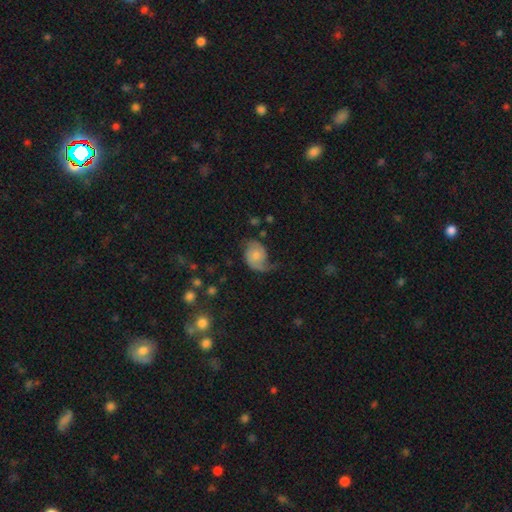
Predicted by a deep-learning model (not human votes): Smooth or featured? Predicted: featured or disk (p=0.66). Edge-on disk? Predicted: no (p=0.97). Bar? Predicted: no (p=0.72). Spiral arms? Predicted: yes (p=0.92). Spiral winding? Predicted: loose (p=0.46). Spiral arm count? Predicted: 2 (p=0.61). Bulge size? Predicted: small (p=0.42). Merging? Predicted: none (p=0.44).